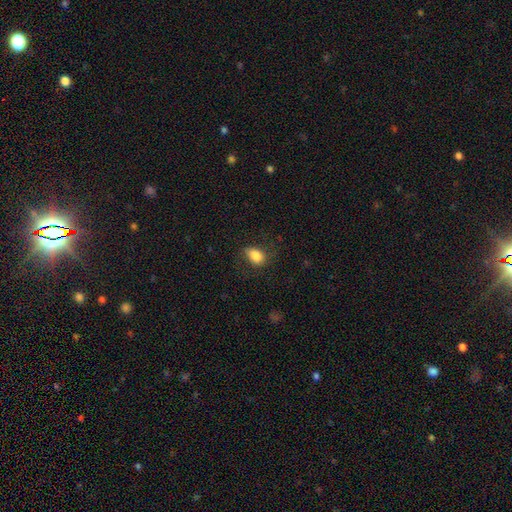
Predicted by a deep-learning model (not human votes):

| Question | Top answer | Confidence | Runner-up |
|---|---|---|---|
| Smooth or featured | smooth | 83% | star or artifact (9%) |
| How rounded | in between | 79% | round (19%) |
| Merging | none | 69% | minor disturbance (20%) |